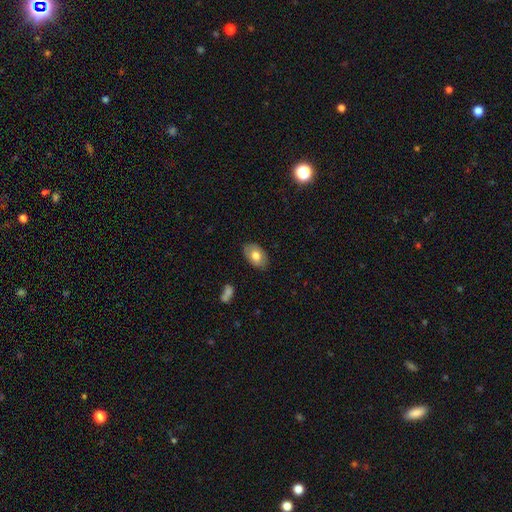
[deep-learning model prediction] A smooth galaxy with no disk features (73%) that is in between round and cigar-shaped (90%).

Vote fractions:
- Smooth or featured? smooth: 73% / featured or disk: 20% / star or artifact: 7%
- How rounded? in between: 90% / round: 9% / cigar-shaped: 1%
- Merging? none: 83% / minor disturbance: 13% / major disturbance: 2% / merger: 1%